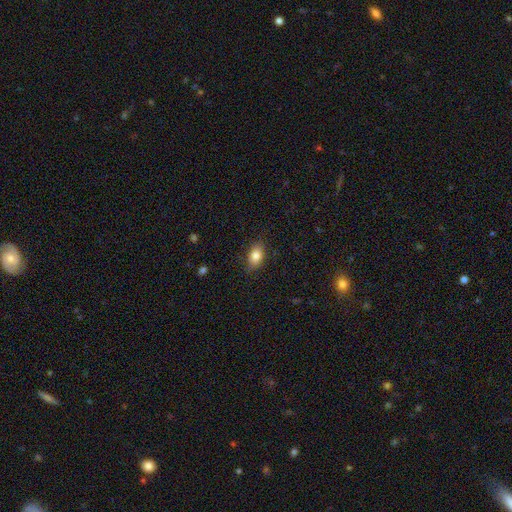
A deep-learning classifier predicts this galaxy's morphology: Smooth or featured? smooth (83%)
How rounded? in between (87%)
Merging? none (84%)